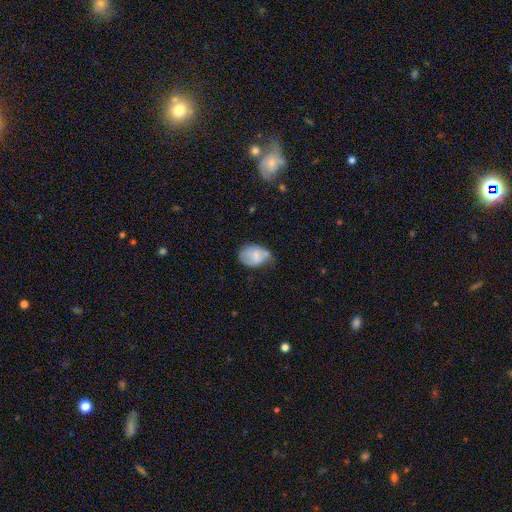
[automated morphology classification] This is likely a smooth galaxy (70%). How rounded: likely in between (77%). Merging: marginally minor disturbance (43%).